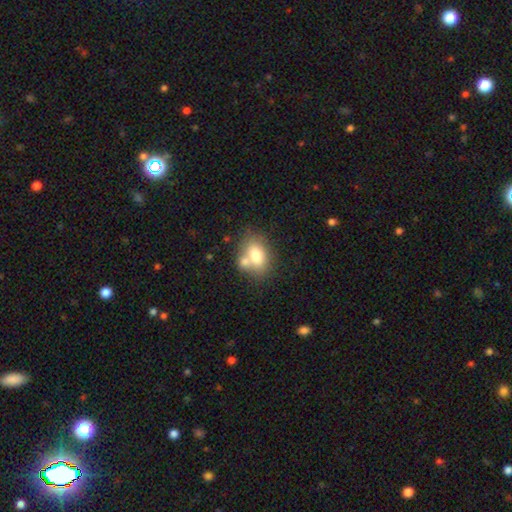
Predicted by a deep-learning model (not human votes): Overall: smooth (74%). How rounded: in between (74%). Merging: none (49%; merger 32%).